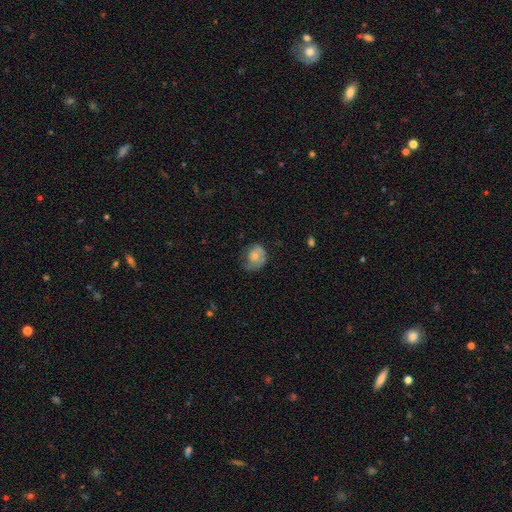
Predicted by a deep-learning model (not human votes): smooth_or_featured: smooth (p=0.59) [alt: featured or disk p=0.33]
how_rounded: round (p=0.61) [alt: in between p=0.38]
merging: none (p=0.45) [alt: minor disturbance p=0.32]